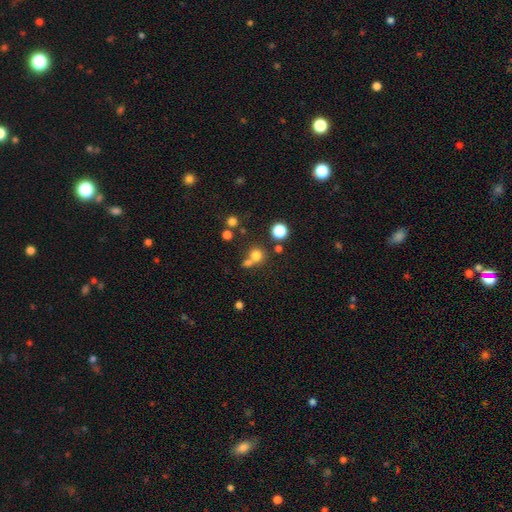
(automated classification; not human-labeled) Smooth or featured? smooth (74%)
How rounded? round (86%)
Merging? none (54%)